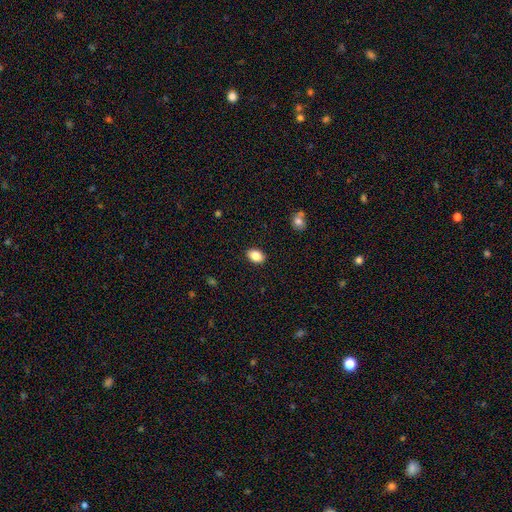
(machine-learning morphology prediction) Smooth or featured? Predicted: smooth (p=0.85). How rounded? Predicted: in between (p=0.83). Merging? Predicted: none (p=0.90).